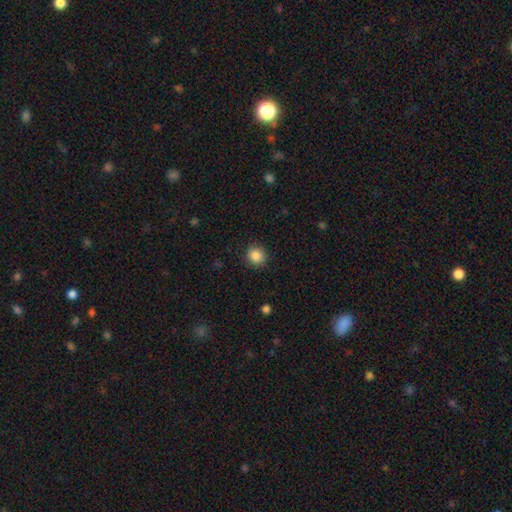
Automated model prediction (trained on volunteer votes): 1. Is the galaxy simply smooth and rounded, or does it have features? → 87% smooth, 9% star or artifact, 4% featured or disk.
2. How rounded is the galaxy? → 88% round, 11% in between, 1% cigar-shaped.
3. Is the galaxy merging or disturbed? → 89% none, 7% minor disturbance, 2% major disturbance, 1% merger.